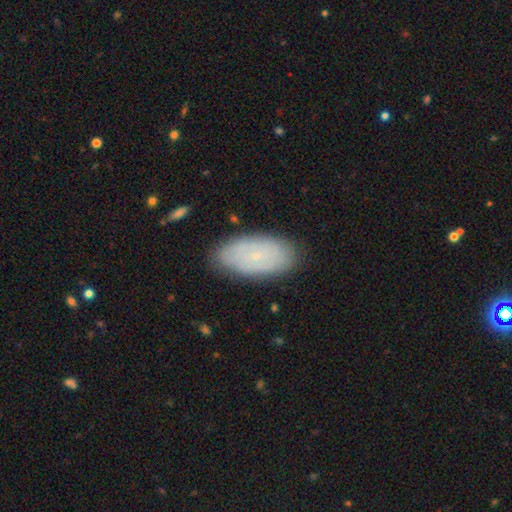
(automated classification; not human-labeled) Smooth or featured? smooth (48%)
Merging? none (83%)